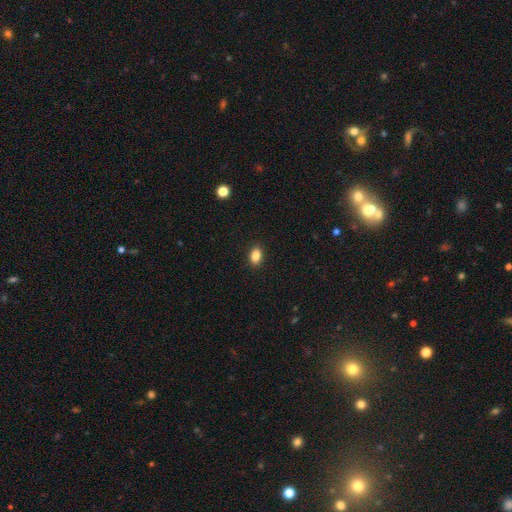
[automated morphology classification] Smooth or featured? Predicted: smooth (p=0.86). How rounded? Predicted: in between (p=0.84). Merging? Predicted: none (p=0.90).